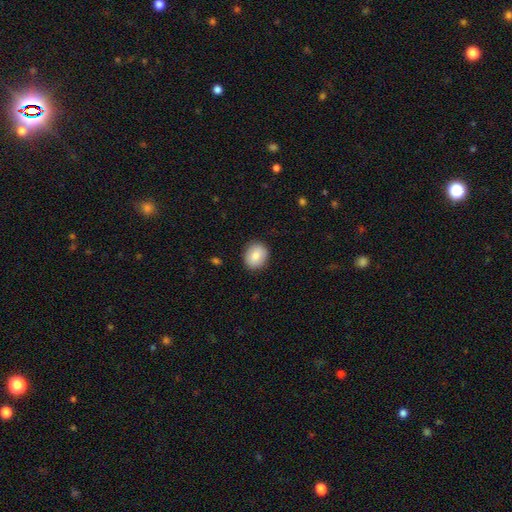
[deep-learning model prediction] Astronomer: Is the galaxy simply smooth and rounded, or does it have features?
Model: smooth — 82%.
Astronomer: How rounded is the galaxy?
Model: round — 68%.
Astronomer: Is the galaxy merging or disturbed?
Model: none — 89%.